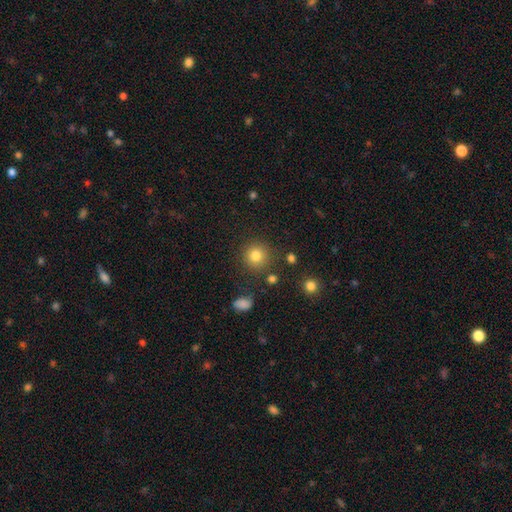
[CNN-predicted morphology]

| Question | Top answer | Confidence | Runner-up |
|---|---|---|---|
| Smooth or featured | smooth | 82% | star or artifact (12%) |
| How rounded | round | 92% | in between (7%) |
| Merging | none | 85% | minor disturbance (8%) |